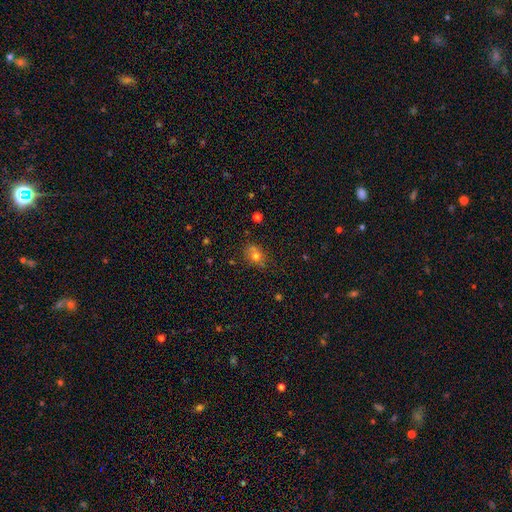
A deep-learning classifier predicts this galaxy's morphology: A smooth galaxy with no disk features (72%) that is round (50%). Merging: none (69%).